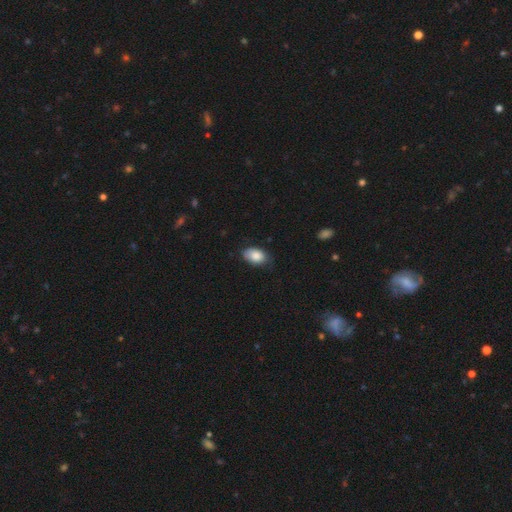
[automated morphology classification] Smooth or featured: smooth — 85% (featured or disk — 8%)
How rounded: in between — 90% (round — 9%)
Merging: none — 69% (minor disturbance — 25%)